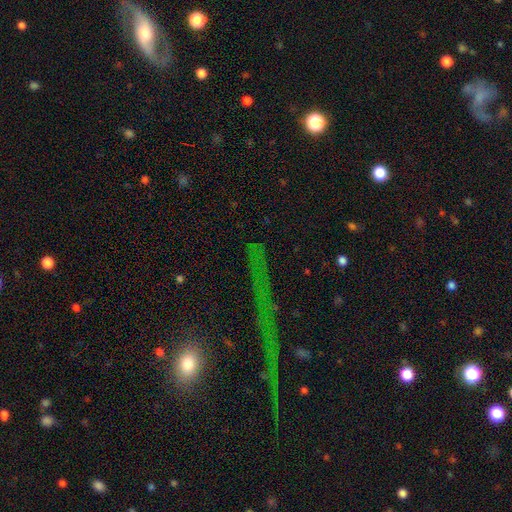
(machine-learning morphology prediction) type=star or artifact (61%).